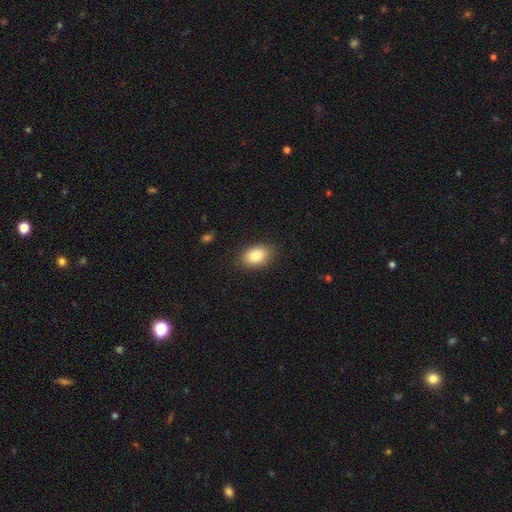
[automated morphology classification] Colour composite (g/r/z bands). It shows a smooth galaxy with no disk features (83%) that is in between round and cigar-shaped (84%). Merging: none (87%).